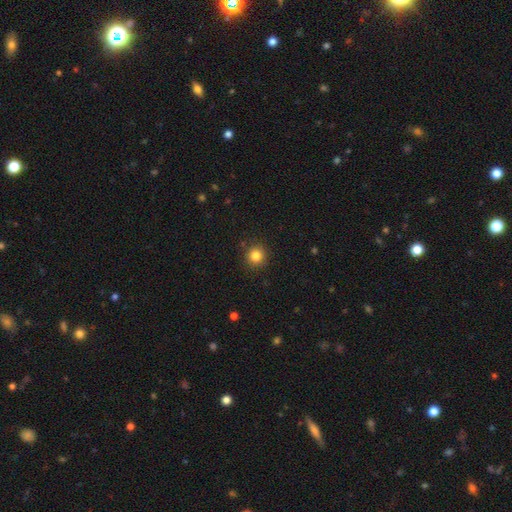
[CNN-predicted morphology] Smooth or featured: smooth — 83% (star or artifact — 12%)
How rounded: round — 93% (in between — 6%)
Merging: none — 90% (minor disturbance — 6%)